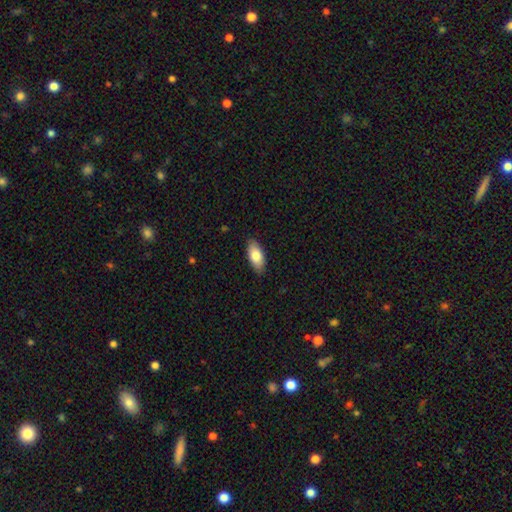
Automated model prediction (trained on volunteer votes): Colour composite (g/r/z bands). It shows a smooth galaxy with no disk features (81%) that is in between round and cigar-shaped (88%). Merging: none (87%).